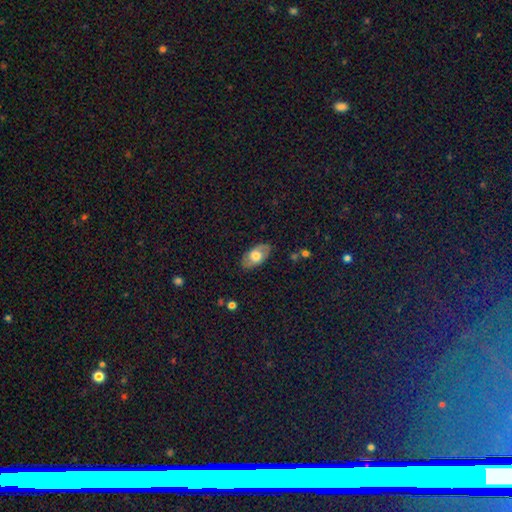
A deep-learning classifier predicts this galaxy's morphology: Overall: smooth (60%; featured or disk 33%). How rounded: in between (92%). Merging: none (83%).